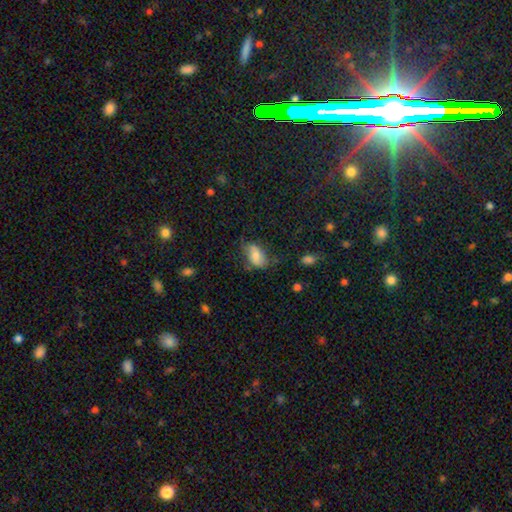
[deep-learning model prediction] Morphology: type=smooth (68%); roundness=in between (90%); merging=none (52%).